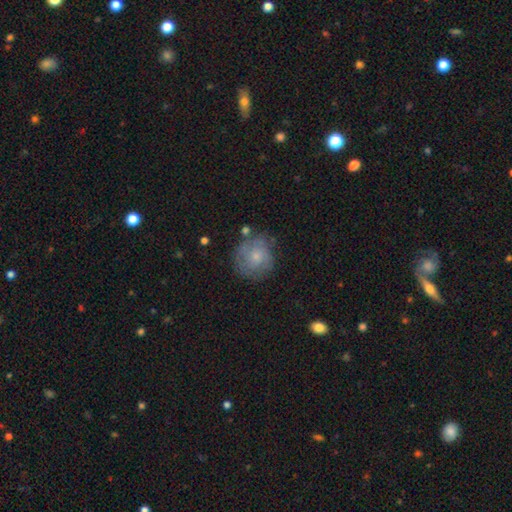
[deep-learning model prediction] Smooth or featured?
  - smooth: 53% *
  - featured or disk: 39%
  - star or artifact: 8%
How rounded?
  - round: 87% *
  - in between: 12%
  - cigar-shaped: 1%
Merging?
  - none: 66% *
  - minor disturbance: 22%
  - major disturbance: 8%
  - merger: 4%